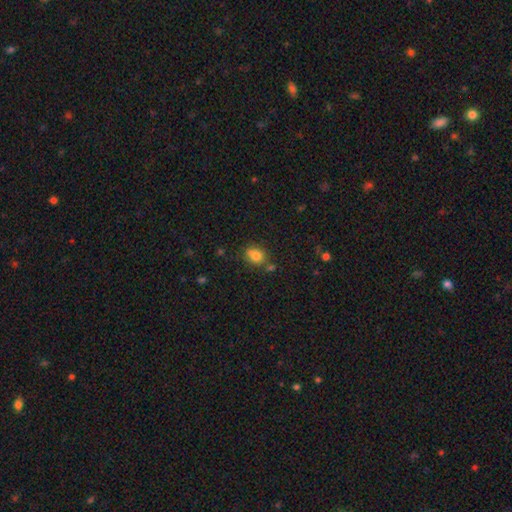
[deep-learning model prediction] Smooth or featured: smooth — 78% (star or artifact — 12%)
How rounded: round — 54% (in between — 44%)
Merging: none — 63% (minor disturbance — 18%)